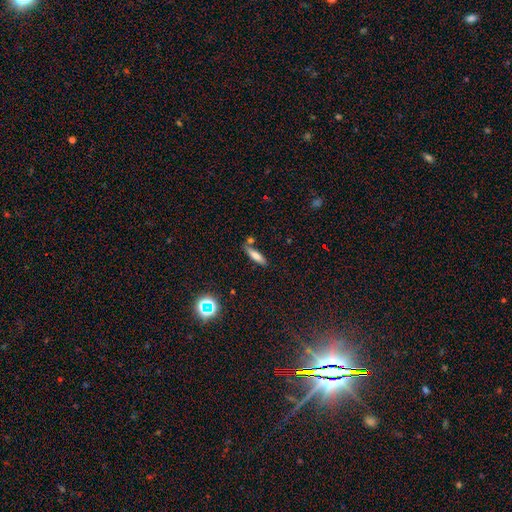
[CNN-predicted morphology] smooth 68%, featured or disk 20%, star or artifact 12%. Down the decision tree: how rounded — cigar-shaped (67%); merging — none (68%).